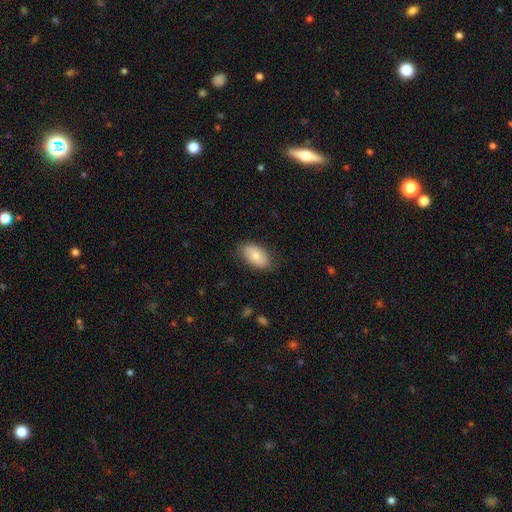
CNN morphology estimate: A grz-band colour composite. It shows a smooth galaxy with no disk features (78%) that is in between round and cigar-shaped (94%). Merging: none (80%).